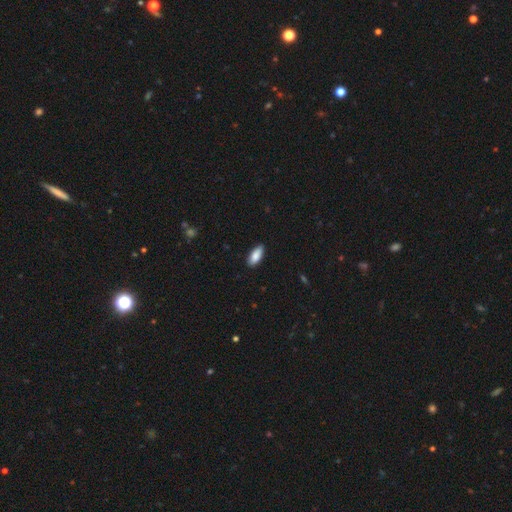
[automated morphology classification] Smooth or featured? Predicted: smooth (p=0.87). How rounded? Predicted: in between (p=0.86). Merging? Predicted: none (p=0.86).